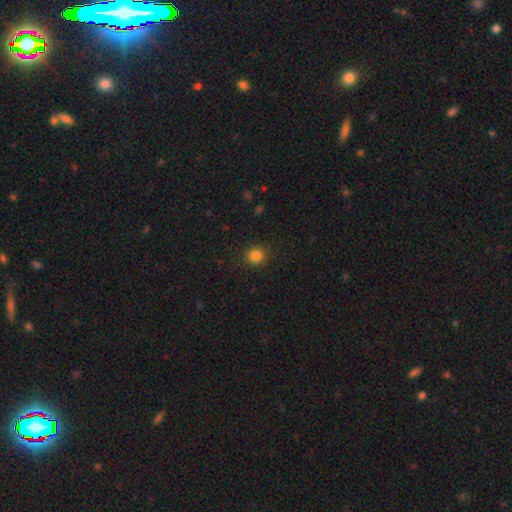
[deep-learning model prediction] Smooth or featured? Predicted: smooth (p=0.84). How rounded? Predicted: round (p=0.88). Merging? Predicted: none (p=0.90).